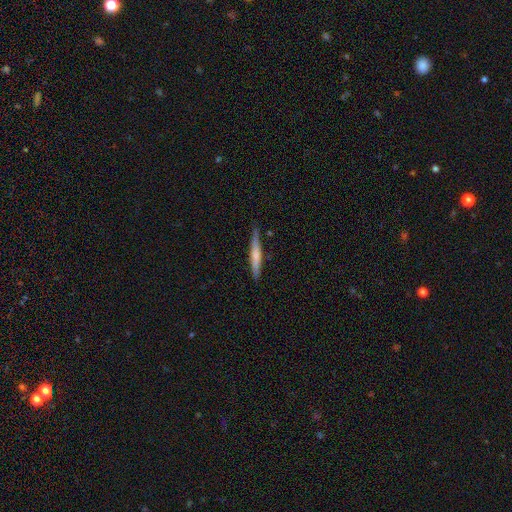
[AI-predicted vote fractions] Smooth or featured: smooth — 48% (featured or disk — 47%)
Merging: none — 87% (minor disturbance — 10%)